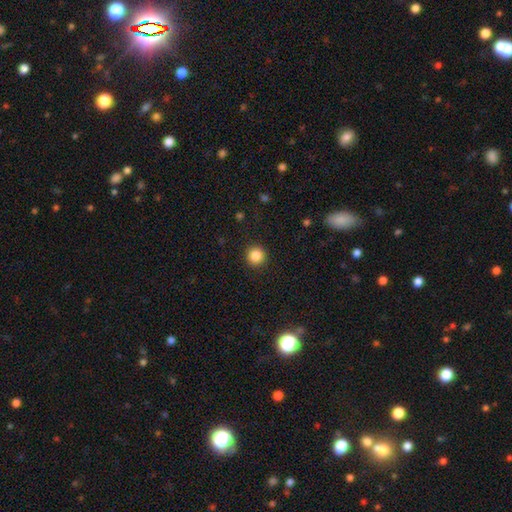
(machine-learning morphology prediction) Q: Smooth or featured?
A: smooth (86%); runner-up: star or artifact (10%)
Q: How rounded?
A: round (95%); runner-up: in between (4%)
Q: Merging?
A: none (92%); runner-up: minor disturbance (5%)